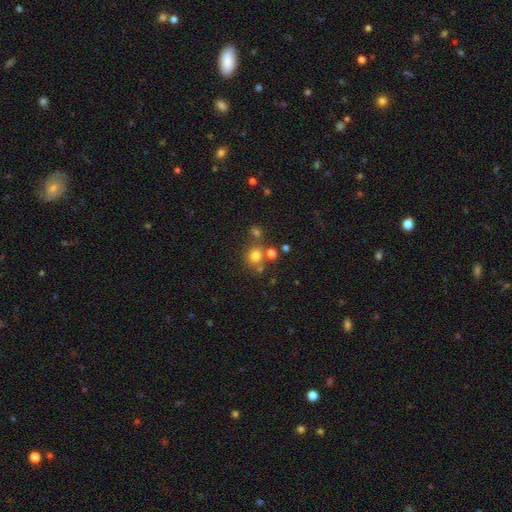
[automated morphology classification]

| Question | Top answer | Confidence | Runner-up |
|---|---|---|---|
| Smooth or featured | smooth | 74% | star or artifact (18%) |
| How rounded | round | 85% | in between (14%) |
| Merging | none | 67% | merger (19%) |